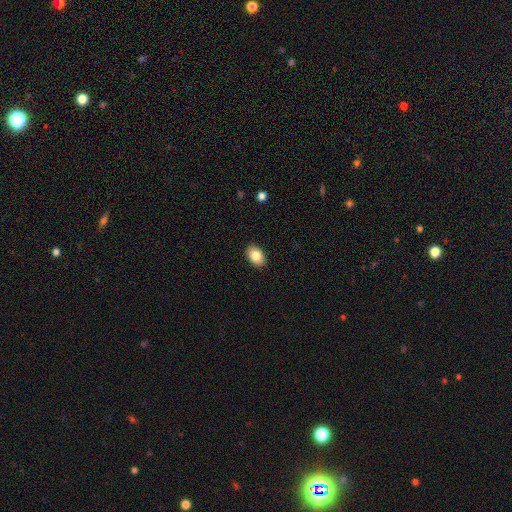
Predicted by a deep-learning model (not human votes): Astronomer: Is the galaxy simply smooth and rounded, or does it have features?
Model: smooth — 84%.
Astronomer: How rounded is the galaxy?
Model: in between — 87%.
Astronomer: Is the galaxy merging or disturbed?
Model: none — 90%.